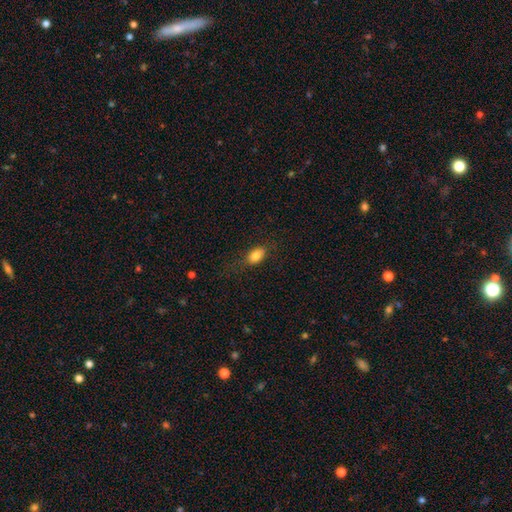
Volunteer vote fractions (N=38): Smooth or featured? smooth (89%)
How rounded? in between (88%)
Merging? none (65%)